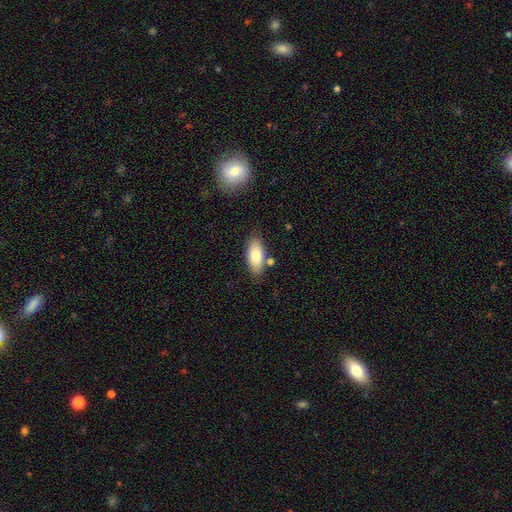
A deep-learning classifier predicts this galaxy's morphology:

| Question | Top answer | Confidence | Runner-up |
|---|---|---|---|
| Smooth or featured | smooth | 79% | featured or disk (14%) |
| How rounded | in between | 87% | cigar-shaped (11%) |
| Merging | none | 77% | minor disturbance (13%) |